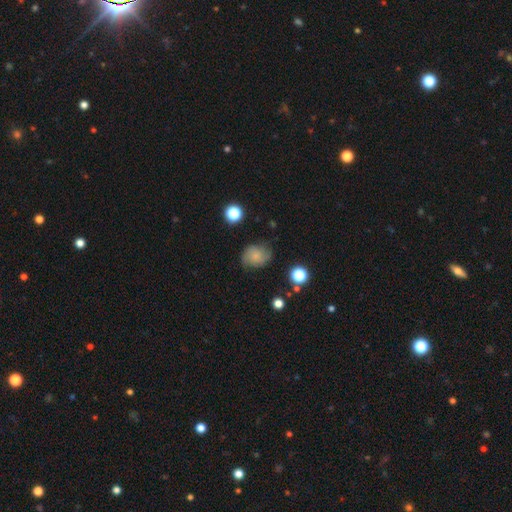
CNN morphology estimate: This appears to be a smooth galaxy with no disk features (56%) that is round (61%). Merging: none (69%).